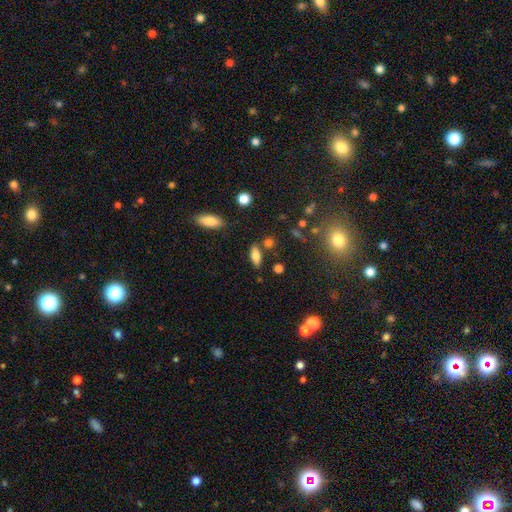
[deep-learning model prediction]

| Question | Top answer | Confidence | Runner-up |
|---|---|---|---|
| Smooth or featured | smooth | 72% | featured or disk (18%) |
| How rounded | in between | 73% | cigar-shaped (24%) |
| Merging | none | 75% | minor disturbance (14%) |